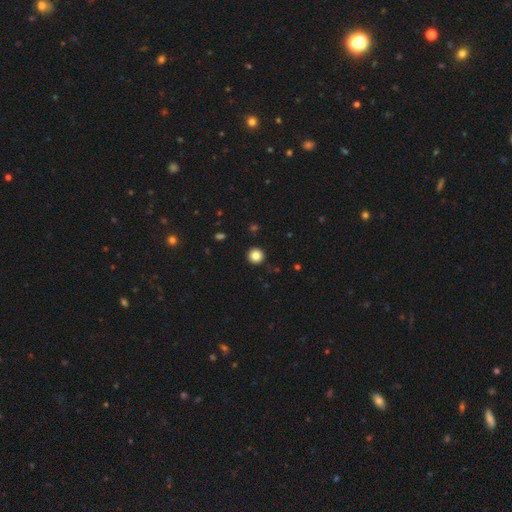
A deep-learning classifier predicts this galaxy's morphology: smooth 84%, star or artifact 11%, featured or disk 5%. Down the decision tree: how rounded — round (96%); merging — none (93%).